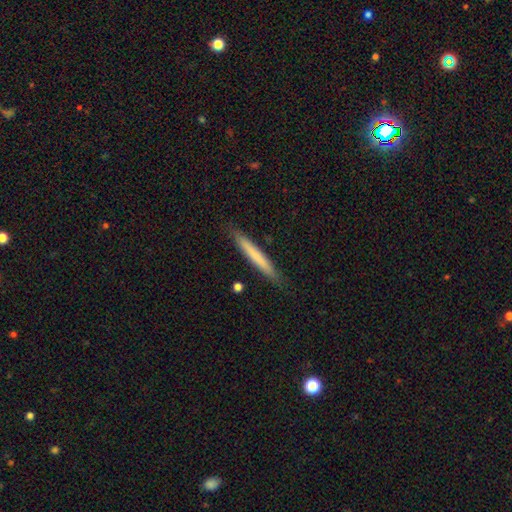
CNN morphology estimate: smooth_or_featured: smooth (p=0.70) [alt: featured or disk p=0.25]
how_rounded: cigar-shaped (p=0.97) [alt: in between p=0.02]
merging: none (p=0.89) [alt: minor disturbance p=0.09]